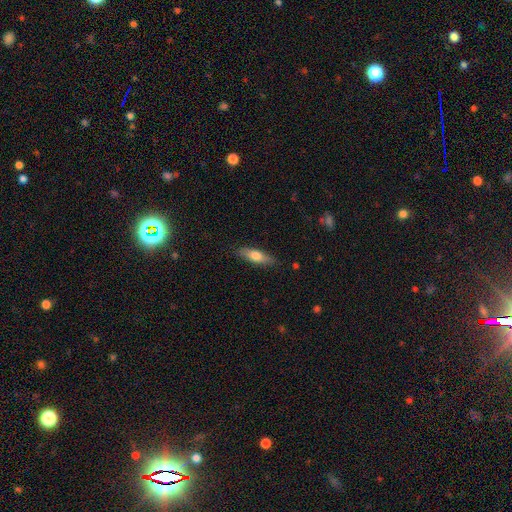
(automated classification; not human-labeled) Smooth or featured?
  - smooth: 67% *
  - featured or disk: 27%
  - star or artifact: 6%
How rounded?
  - cigar-shaped: 50% *
  - in between: 48%
  - round: 2%
Merging?
  - none: 85% *
  - minor disturbance: 11%
  - major disturbance: 2%
  - merger: 1%